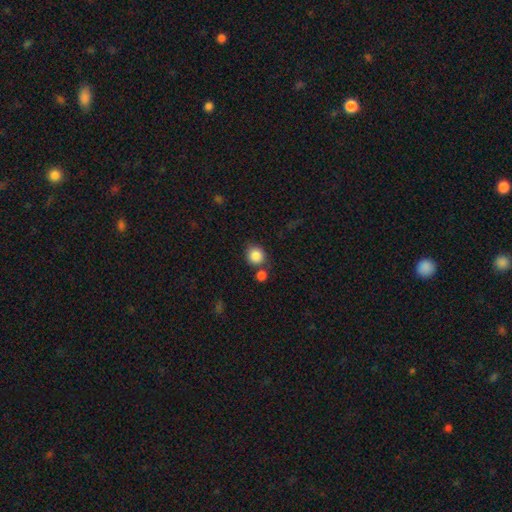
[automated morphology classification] smooth_or_featured: smooth (p=0.86) [alt: star or artifact p=0.09]
how_rounded: round (p=0.87) [alt: in between p=0.12]
merging: none (p=0.68) [alt: merger p=0.17]